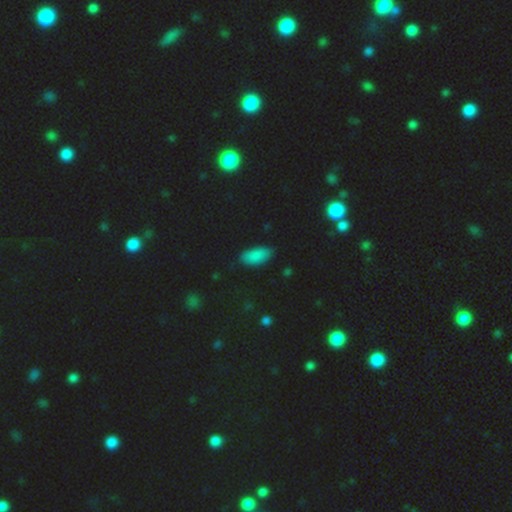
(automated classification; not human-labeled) Smooth or featured: smooth — 79% (star or artifact — 15%)
How rounded: in between — 91% (cigar-shaped — 5%)
Merging: none — 83% (minor disturbance — 13%)